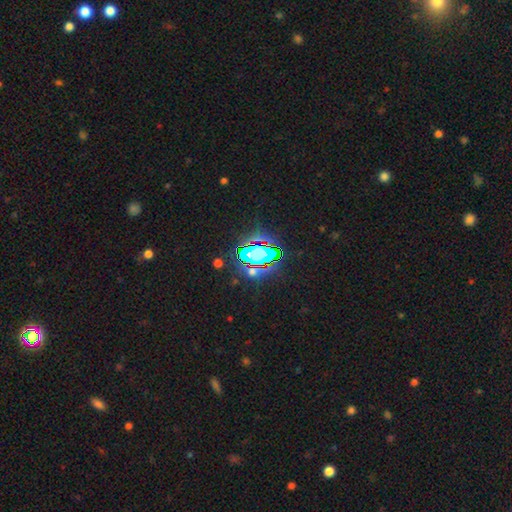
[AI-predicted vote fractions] Smooth or featured? star or artifact (81%)